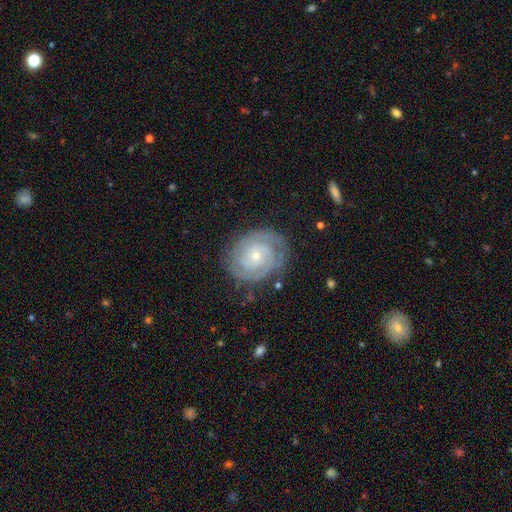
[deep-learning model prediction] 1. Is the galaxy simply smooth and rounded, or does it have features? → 85% featured or disk, 9% smooth, 6% star or artifact.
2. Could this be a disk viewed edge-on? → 98% no, 2% yes.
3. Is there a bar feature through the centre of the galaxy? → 75% no, 20% weak, 5% strong.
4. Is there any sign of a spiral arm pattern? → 97% yes, 3% no.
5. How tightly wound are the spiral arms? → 78% tight, 19% medium, 4% loose.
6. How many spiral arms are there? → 50% 2, 18% can't tell, 18% 3, 6% 4, 4% 1, 4% more than 4.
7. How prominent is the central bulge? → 75% small, 21% moderate, 1% none, 1% large, 1% dominant.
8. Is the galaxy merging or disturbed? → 81% none, 14% minor disturbance, 5% major disturbance, 1% merger.